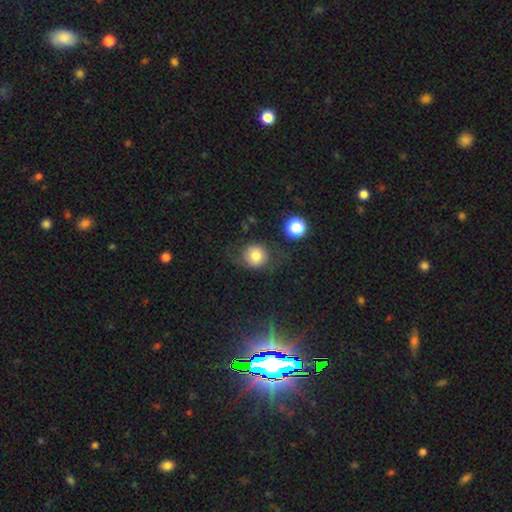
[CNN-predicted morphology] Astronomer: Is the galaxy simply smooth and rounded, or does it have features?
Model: smooth — 74%.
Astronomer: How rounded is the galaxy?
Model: round — 86%.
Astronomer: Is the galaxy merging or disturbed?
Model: none — 64%.